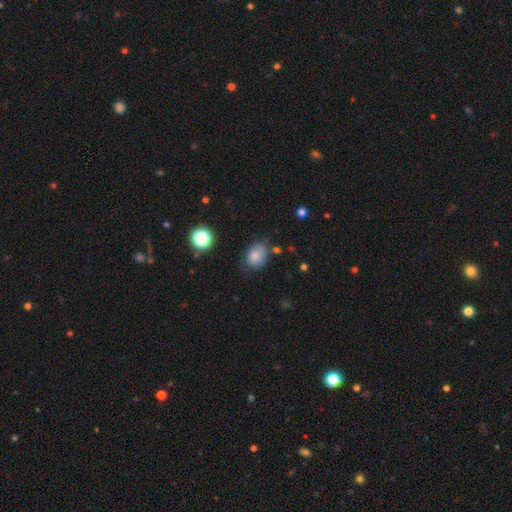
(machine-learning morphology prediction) type=smooth (79%); roundness=in between (70%); merging=none (63%).